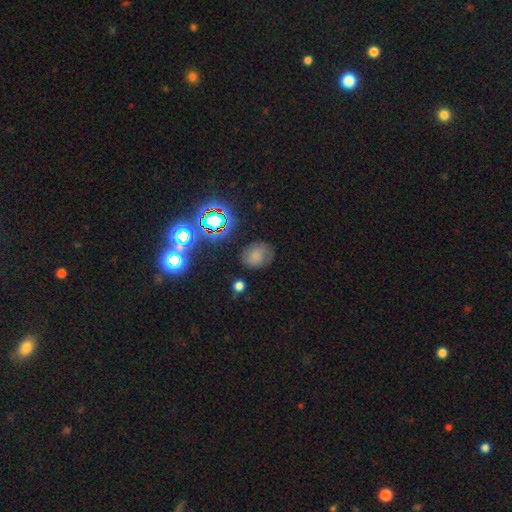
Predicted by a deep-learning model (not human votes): smooth-or-featured: smooth: 67% | star or artifact: 19% | featured or disk: 14%
  how-rounded: round: 55% | in between: 43% | cigar-shaped: 1%
  merging: none: 70% | minor disturbance: 20% | major disturbance: 7% | merger: 2%